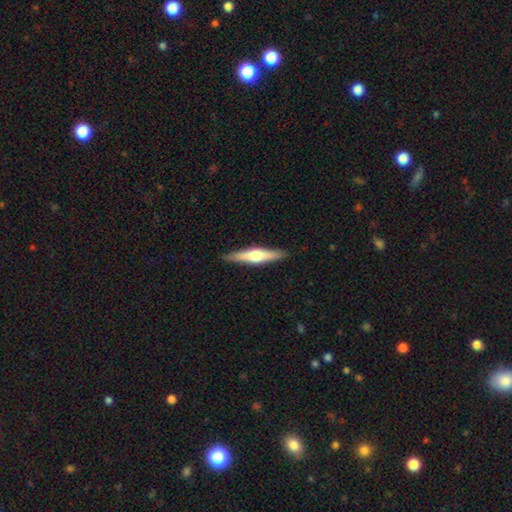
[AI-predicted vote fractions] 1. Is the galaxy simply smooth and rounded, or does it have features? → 59% featured or disk, 36% smooth, 5% star or artifact.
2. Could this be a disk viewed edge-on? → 96% yes, 4% no.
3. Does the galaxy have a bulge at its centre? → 88% rounded, 7% boxy, 5% none.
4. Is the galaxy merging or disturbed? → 89% none, 8% minor disturbance, 2% major disturbance, 1% merger.